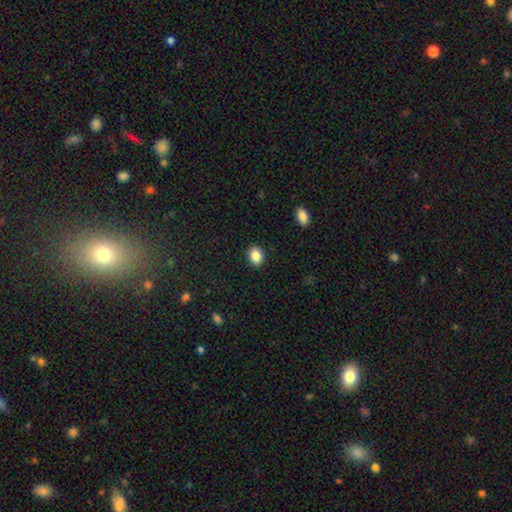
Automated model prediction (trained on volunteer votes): Smooth or featured? Predicted: smooth (p=0.87). How rounded? Predicted: in between (p=0.56). Merging? Predicted: none (p=0.90).